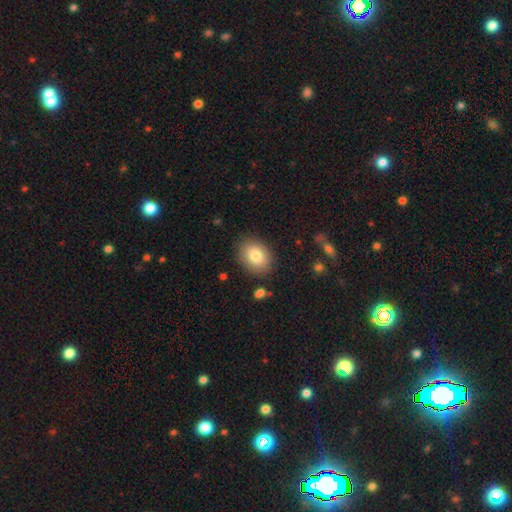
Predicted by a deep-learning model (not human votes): This is clearly a smooth galaxy (81%). How rounded: likely in between (68%). Merging: clearly none (85%).